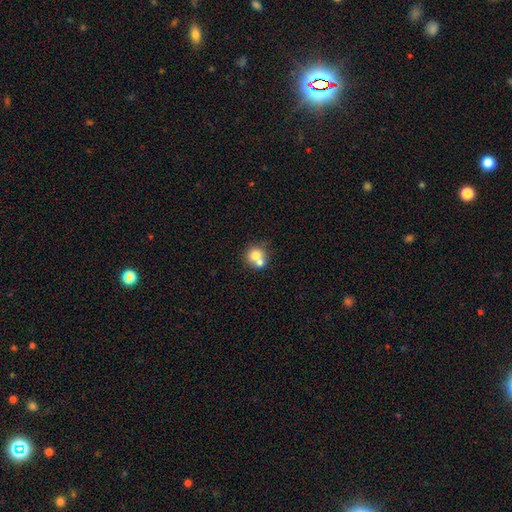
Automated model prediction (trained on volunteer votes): smooth_or_featured: smooth (p=0.71) [alt: featured or disk p=0.18]
how_rounded: round (p=0.87) [alt: in between p=0.12]
merging: merger (p=0.50) [alt: none p=0.41]